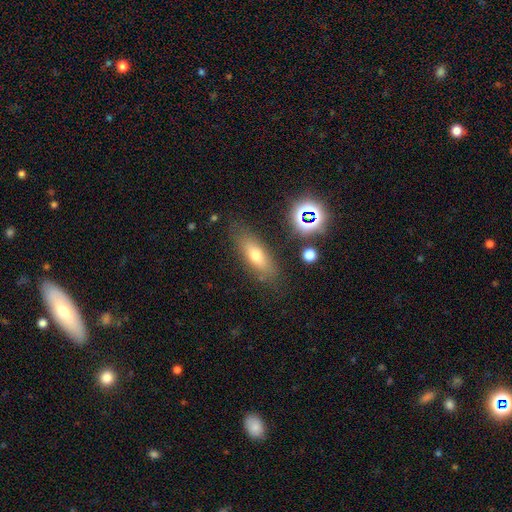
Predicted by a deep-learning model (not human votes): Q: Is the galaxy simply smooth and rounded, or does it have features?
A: smooth — 64%.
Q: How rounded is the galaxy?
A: in between — 57%.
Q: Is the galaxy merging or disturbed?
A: none — 78%.